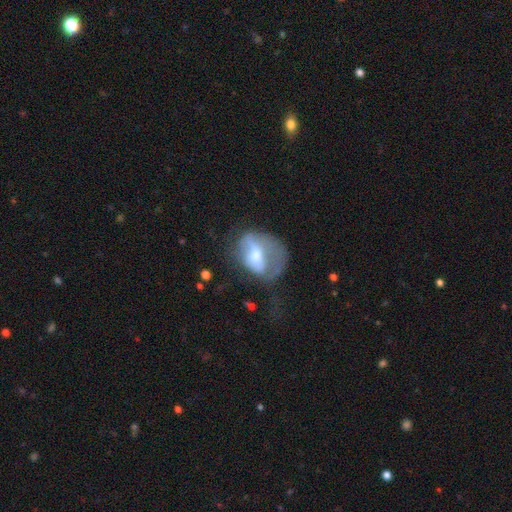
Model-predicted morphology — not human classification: Smooth or featured? Predicted: featured or disk (p=0.52). Edge-on disk? Predicted: no (p=0.93). Merging? Predicted: major disturbance (p=0.44).